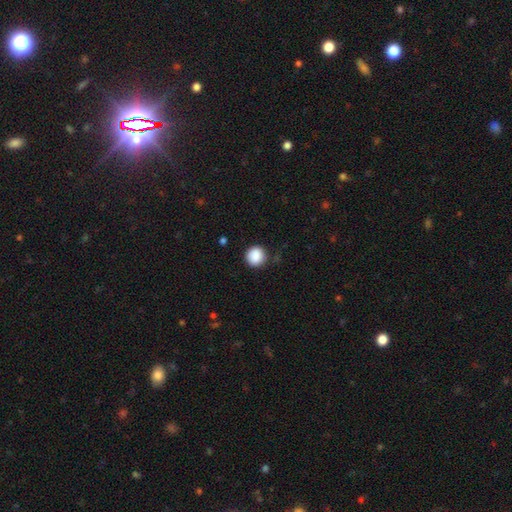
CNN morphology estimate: A smooth galaxy with no disk features (89%) that is round (91%).

Vote fractions:
- Smooth or featured? smooth: 89% / star or artifact: 8% / featured or disk: 3%
- How rounded? round: 91% / in between: 8% / cigar-shaped: 1%
- Merging? none: 83% / minor disturbance: 12% / major disturbance: 3% / merger: 2%